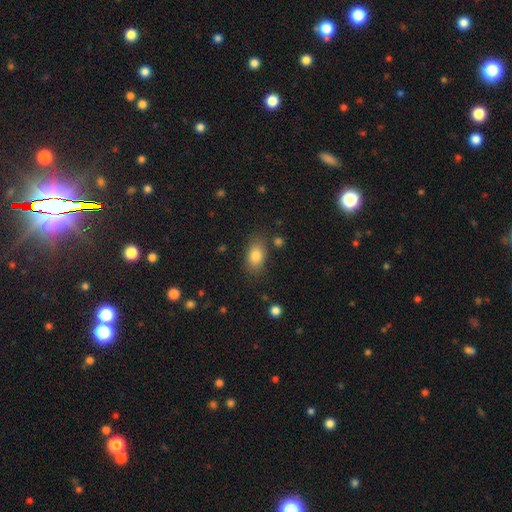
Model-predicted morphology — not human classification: The model was most divided on "merging": none: 79%, minor disturbance: 13%, major disturbance: 4%, merger: 3%. More confident: how rounded — in between (85%); smooth or featured — smooth (82%).